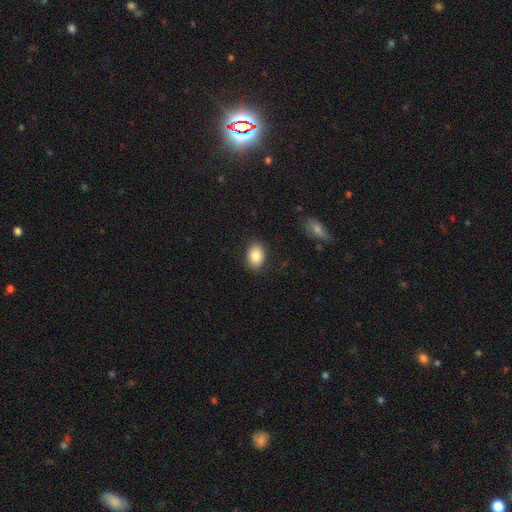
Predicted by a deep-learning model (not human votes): This is clearly a smooth galaxy (85%). How rounded: likely in between (75%). Merging: clearly none (87%).